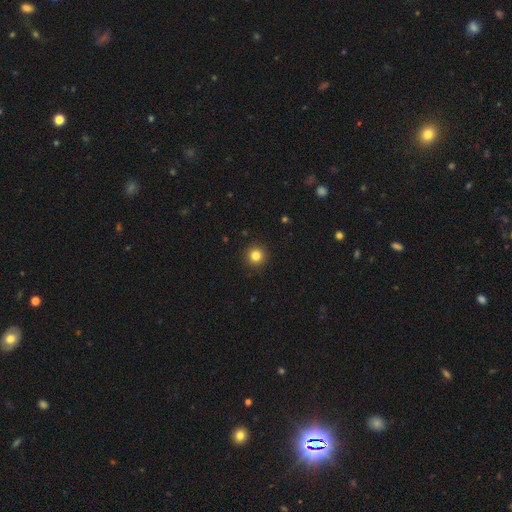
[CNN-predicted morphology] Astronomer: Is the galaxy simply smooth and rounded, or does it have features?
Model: smooth — 83%.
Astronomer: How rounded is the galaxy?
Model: round — 96%.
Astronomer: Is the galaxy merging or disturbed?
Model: none — 93%.